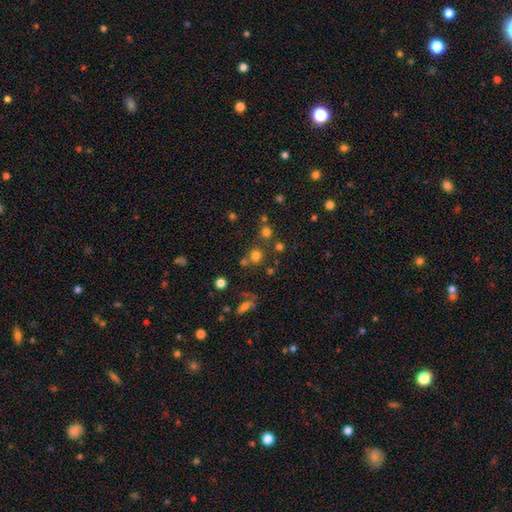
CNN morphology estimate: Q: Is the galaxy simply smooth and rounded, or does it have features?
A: smooth — 72%.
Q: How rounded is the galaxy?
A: round — 91%.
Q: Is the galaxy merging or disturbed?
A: none — 71%.